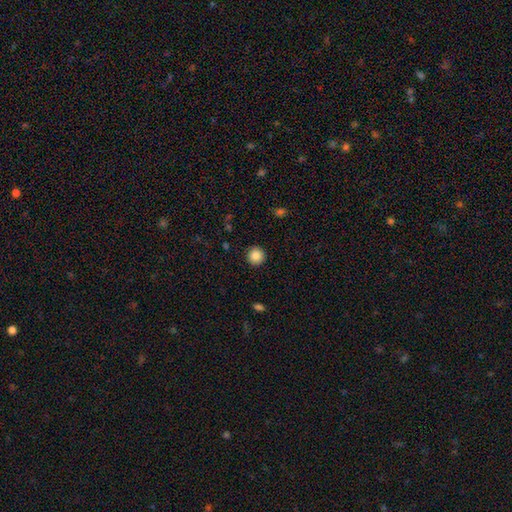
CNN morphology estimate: Smooth or featured? Predicted: smooth (p=0.87). How rounded? Predicted: round (p=0.95). Merging? Predicted: none (p=0.92).